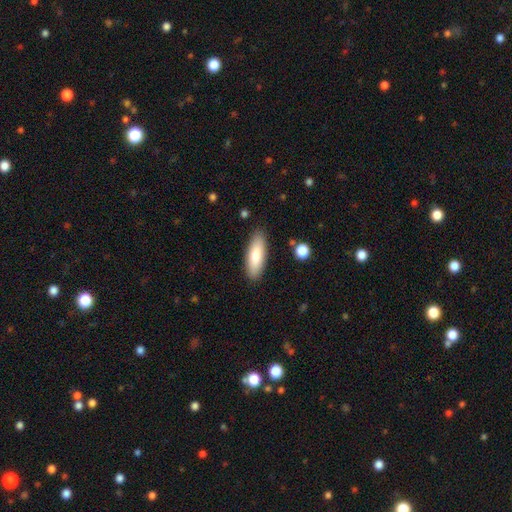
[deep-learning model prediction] Overall: smooth (81%). How rounded: in between (61%; cigar-shaped 37%). Merging: none (87%).